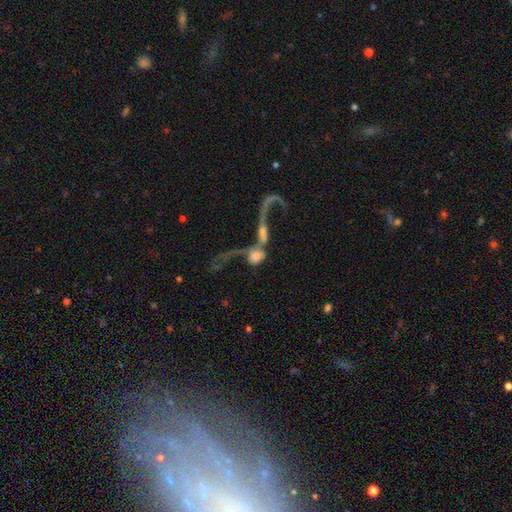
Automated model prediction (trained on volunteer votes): Q: Smooth or featured?
A: featured or disk (47%); runner-up: smooth (43%)
Q: Merging?
A: merger (69%); runner-up: major disturbance (16%)